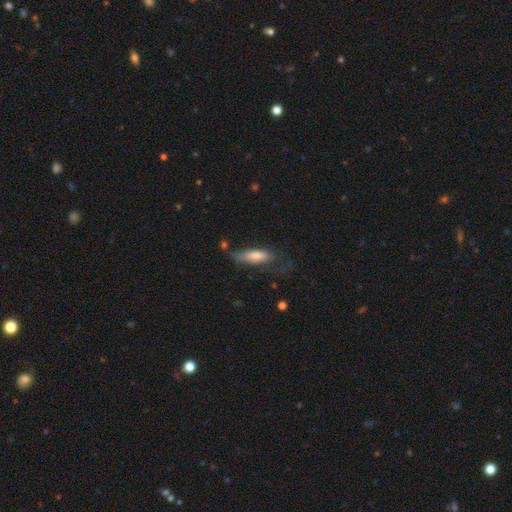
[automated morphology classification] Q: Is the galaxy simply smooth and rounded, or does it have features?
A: smooth — 69%.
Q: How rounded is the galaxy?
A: cigar-shaped — 55%.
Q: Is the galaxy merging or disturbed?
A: none — 48%.